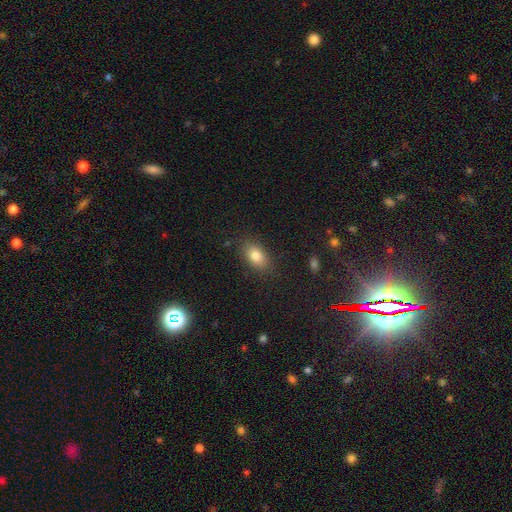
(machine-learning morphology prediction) The model was most divided on "merging": none: 84%, minor disturbance: 11%, major disturbance: 3%, merger: 1%. More confident: how rounded — in between (87%); smooth or featured — smooth (82%).